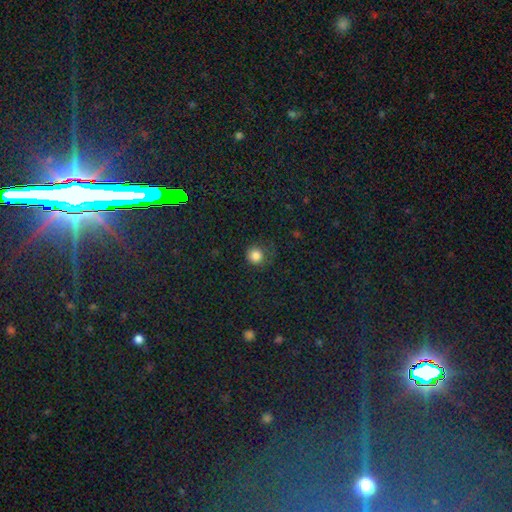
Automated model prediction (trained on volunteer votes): This is clearly a smooth galaxy (83%). How rounded: clearly round (93%). Merging: clearly none (81%).